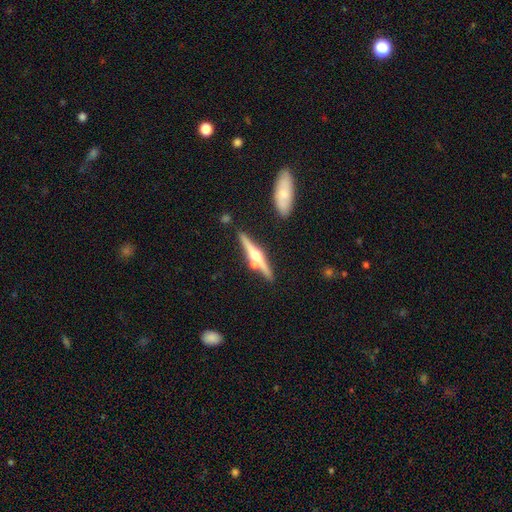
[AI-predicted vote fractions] smooth_or_featured: featured or disk (p=0.76) [alt: smooth p=0.19]
disk_edge_on: yes (p=0.97) [alt: no p=0.03]
edge_on_bulge: rounded (p=0.94) [alt: boxy p=0.03]
merging: none (p=0.76) [alt: merger p=0.12]